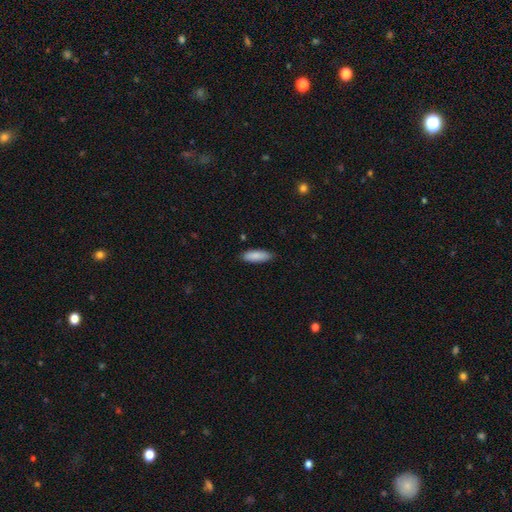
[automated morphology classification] Smooth or featured? Predicted: smooth (p=0.88). How rounded? Predicted: in between (p=0.60). Merging? Predicted: none (p=0.86).